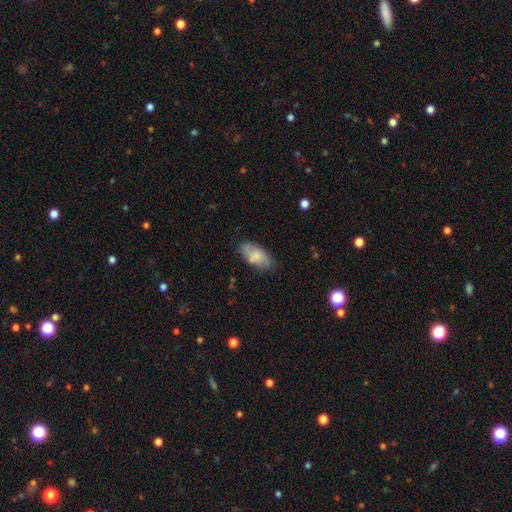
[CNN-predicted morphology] Smooth or featured: smooth — 68% (featured or disk — 25%)
How rounded: in between — 92% (cigar-shaped — 5%)
Merging: none — 65% (minor disturbance — 22%)